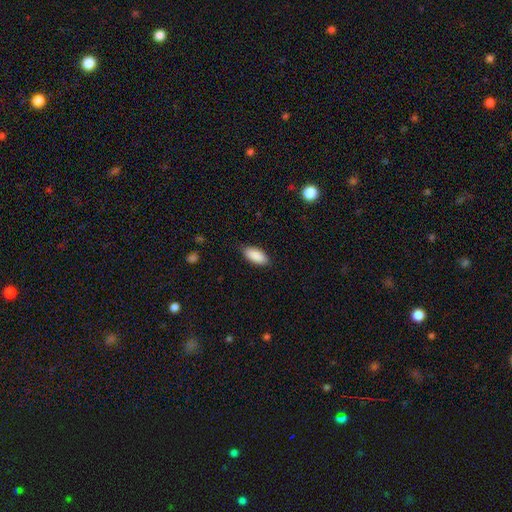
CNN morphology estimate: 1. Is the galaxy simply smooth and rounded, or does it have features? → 90% smooth, 6% star or artifact, 4% featured or disk.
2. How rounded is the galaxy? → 90% in between, 9% cigar-shaped, 2% round.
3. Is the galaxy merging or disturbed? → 84% none, 12% minor disturbance, 2% major disturbance, 1% merger.